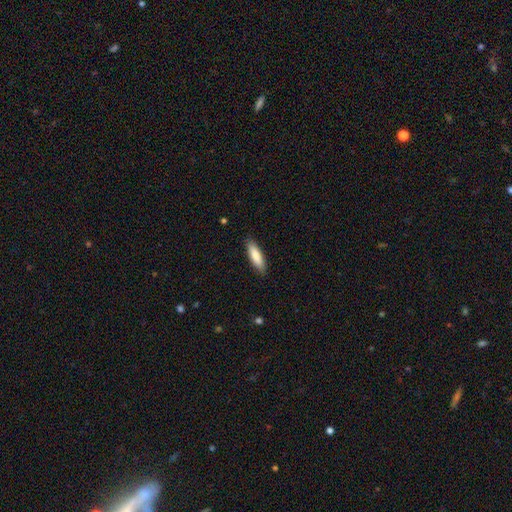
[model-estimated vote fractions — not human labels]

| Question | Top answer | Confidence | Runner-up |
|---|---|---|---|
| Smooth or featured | smooth | 84% | featured or disk (11%) |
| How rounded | cigar-shaped | 58% | in between (41%) |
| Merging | none | 88% | minor disturbance (9%) |